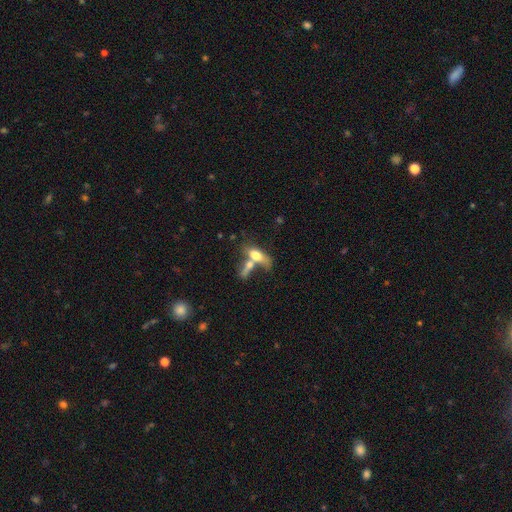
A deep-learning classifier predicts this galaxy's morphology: The model was most divided on "smooth or featured": smooth: 63%, featured or disk: 29%, star or artifact: 9%. More confident: how rounded — in between (69%); merging — merger (57%).